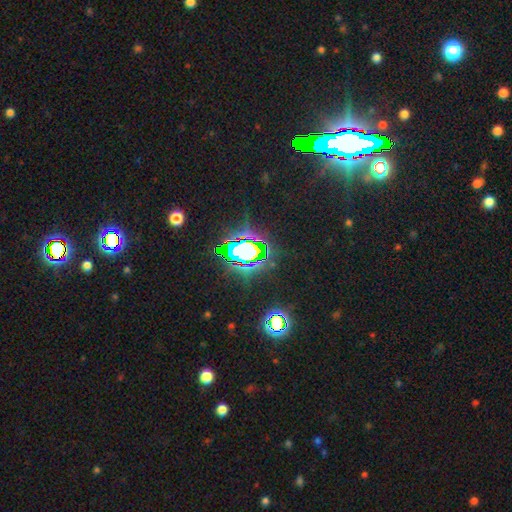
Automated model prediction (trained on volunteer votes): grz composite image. It shows a star or artifact, not a galaxy (84%).